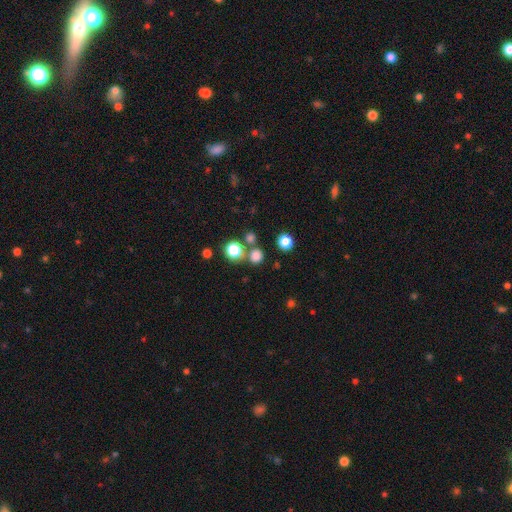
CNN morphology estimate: A smooth galaxy with no disk features (76%) that is round (87%). Merging: none (70%).